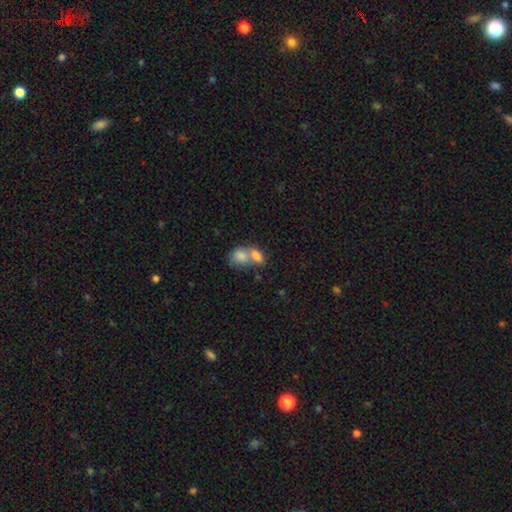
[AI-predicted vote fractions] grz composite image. It shows a smooth galaxy with no disk features (80%) that is in between round and cigar-shaped (77%). Merging: merger (69%).